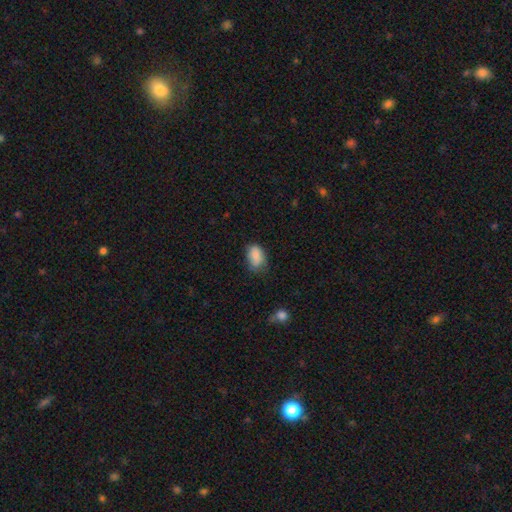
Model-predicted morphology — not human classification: Q: Smooth or featured?
A: smooth (86%); runner-up: star or artifact (8%)
Q: How rounded?
A: in between (88%); runner-up: round (11%)
Q: Merging?
A: none (62%); runner-up: minor disturbance (29%)